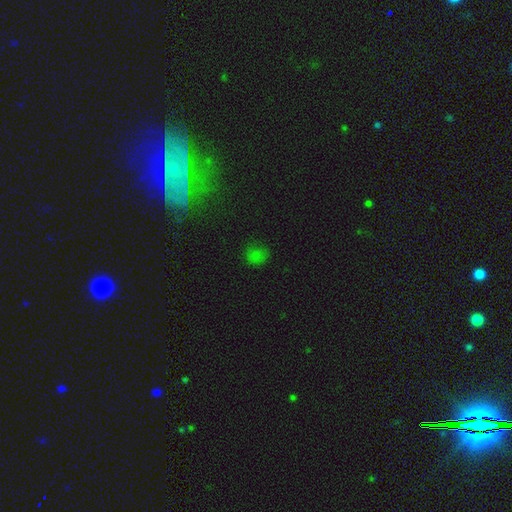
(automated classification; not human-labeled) This is likely a smooth galaxy (69%). How rounded: likely round (78%). Merging: likely none (73%).